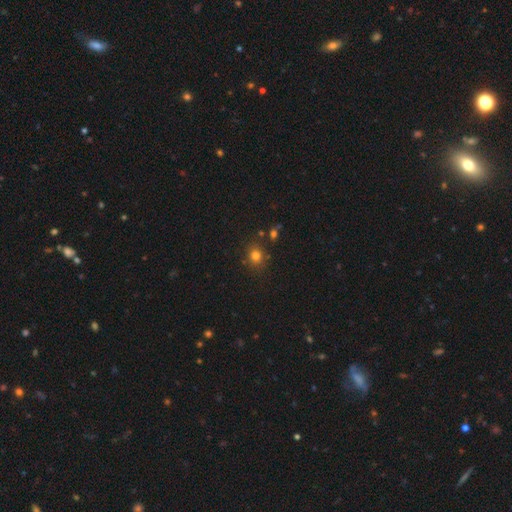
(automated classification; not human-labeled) smooth 76%, star or artifact 17%, featured or disk 7%. Down the decision tree: how rounded — round (75%); merging — none (81%).